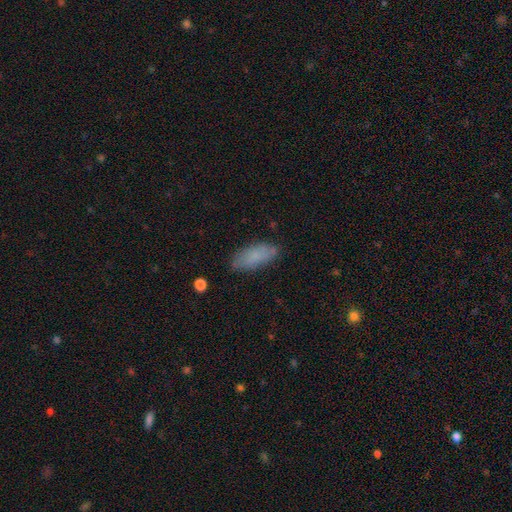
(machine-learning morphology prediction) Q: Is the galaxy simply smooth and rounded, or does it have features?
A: smooth — 81%.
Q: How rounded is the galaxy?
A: in between — 79%.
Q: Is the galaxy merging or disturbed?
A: none — 80%.